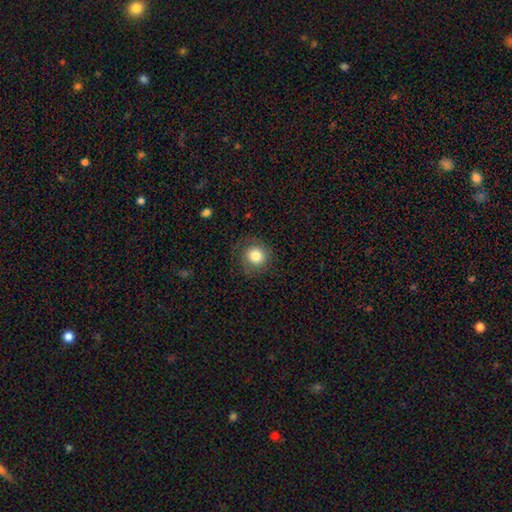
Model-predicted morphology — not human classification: Overall: smooth (81%). How rounded: round (92%). Merging: none (83%).